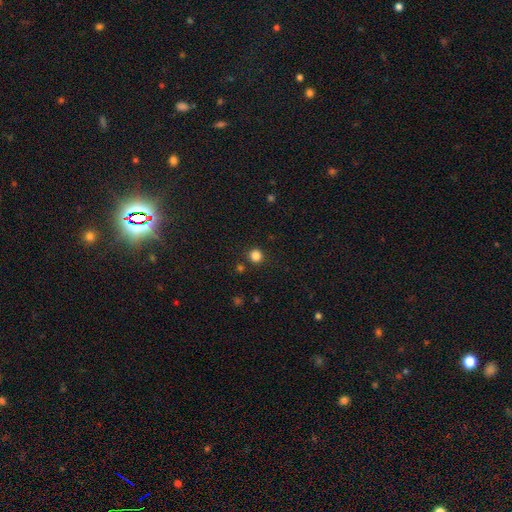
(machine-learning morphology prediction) smooth 83%, star or artifact 13%, featured or disk 3%. Down the decision tree: how rounded — round (93%); merging — none (88%).